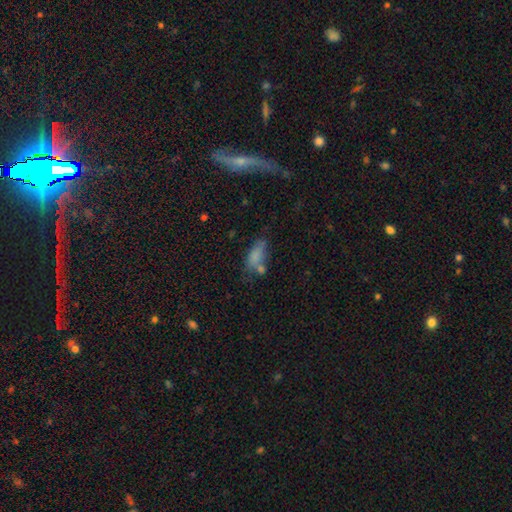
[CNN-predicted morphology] Q: Smooth or featured?
A: smooth (74%); runner-up: featured or disk (14%)
Q: How rounded?
A: in between (81%); runner-up: cigar-shaped (15%)
Q: Merging?
A: none (40%); runner-up: minor disturbance (23%)